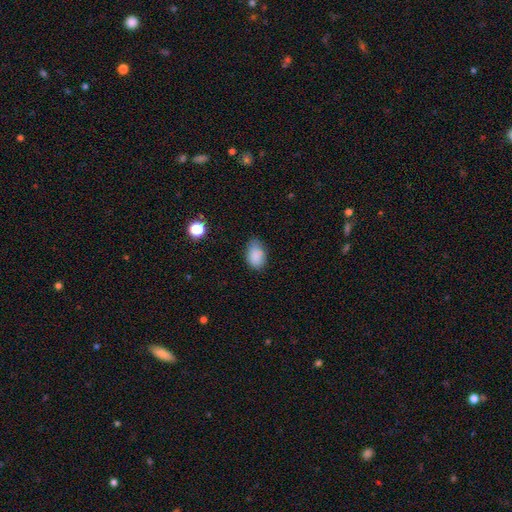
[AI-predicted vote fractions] Morphology: type=smooth (86%); roundness=in between (85%); merging=none (70%).